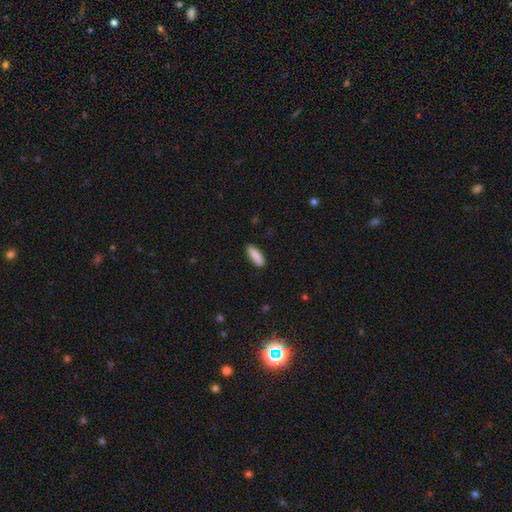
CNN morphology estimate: Overall: smooth (88%). How rounded: in between (50%; cigar-shaped 48%). Merging: none (88%).